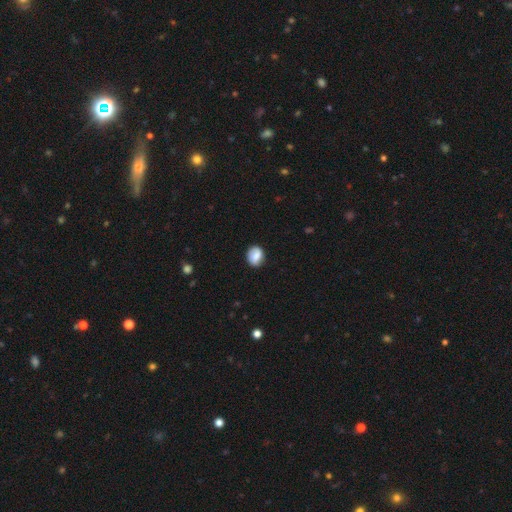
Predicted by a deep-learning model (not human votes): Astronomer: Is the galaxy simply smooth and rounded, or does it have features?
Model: smooth — 73%.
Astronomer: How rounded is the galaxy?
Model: round — 54% (runner-up: in between, 45%).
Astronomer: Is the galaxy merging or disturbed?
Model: none — 81%.